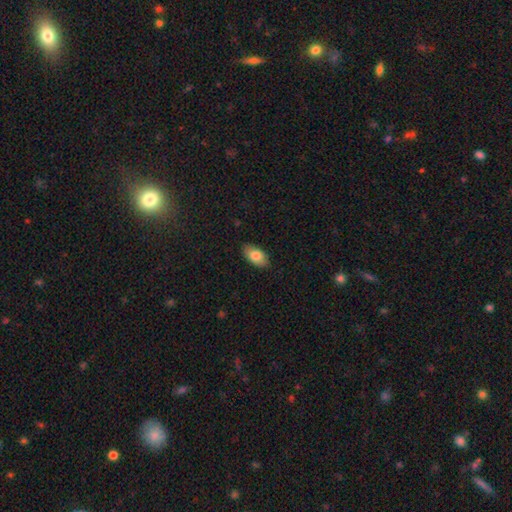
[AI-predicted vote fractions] smooth 82%, featured or disk 11%, star or artifact 7%. Down the decision tree: how rounded — in between (93%); merging — none (86%).